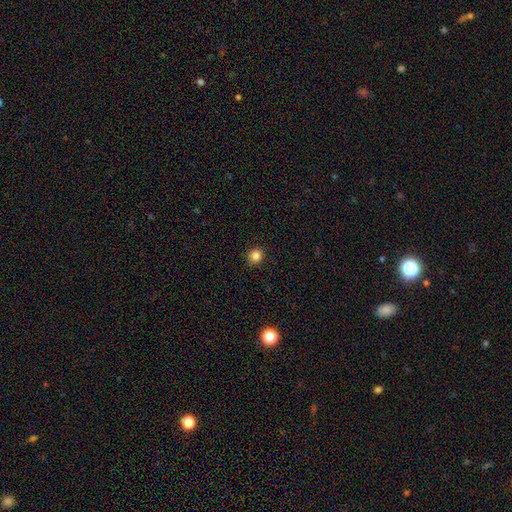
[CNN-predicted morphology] Smooth or featured? smooth (84%)
How rounded? round (88%)
Merging? none (91%)